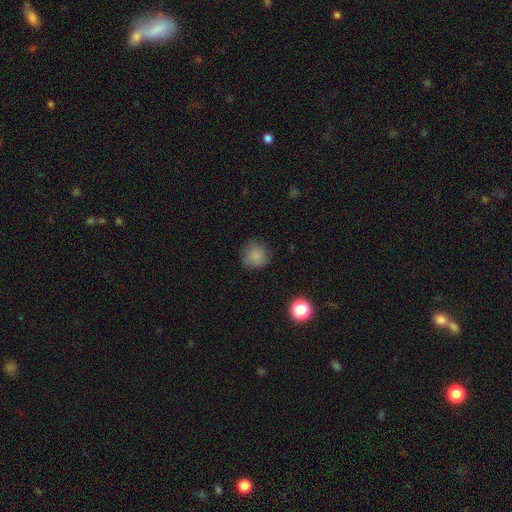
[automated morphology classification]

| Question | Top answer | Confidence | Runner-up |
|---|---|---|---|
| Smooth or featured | smooth | 83% | star or artifact (11%) |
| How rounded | round | 91% | in between (8%) |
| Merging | none | 79% | minor disturbance (16%) |